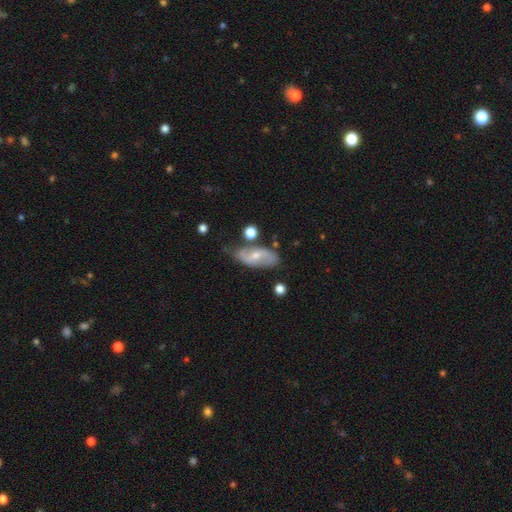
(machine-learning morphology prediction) Smooth or featured?
  - featured or disk: 63% *
  - smooth: 31%
  - star or artifact: 7%
Edge-on disk?
  - no: 90% *
  - yes: 10%
Bar?
  - weak: 43% *
  - no: 40%
  - strong: 17%
Spiral arms?
  - yes: 80% *
  - no: 20%
Bulge size?
  - moderate: 48% *
  - small: 47%
  - none: 2%
  - large: 2%
  - dominant: 1%
Merging?
  - none: 63% *
  - minor disturbance: 24%
  - major disturbance: 7%
  - merger: 6%